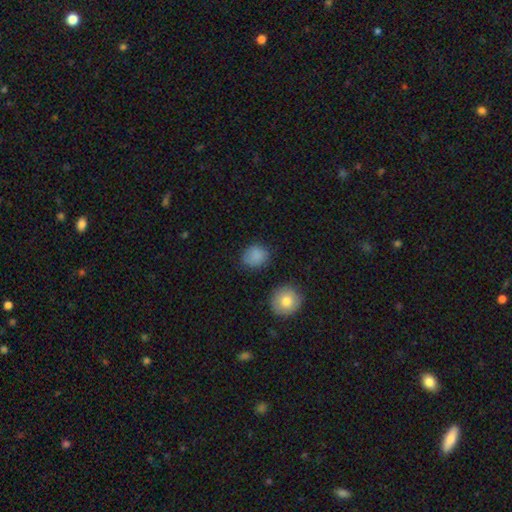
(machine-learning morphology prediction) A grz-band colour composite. It shows a smooth galaxy with no disk features (85%) that is round (70%). Merging: none (76%).